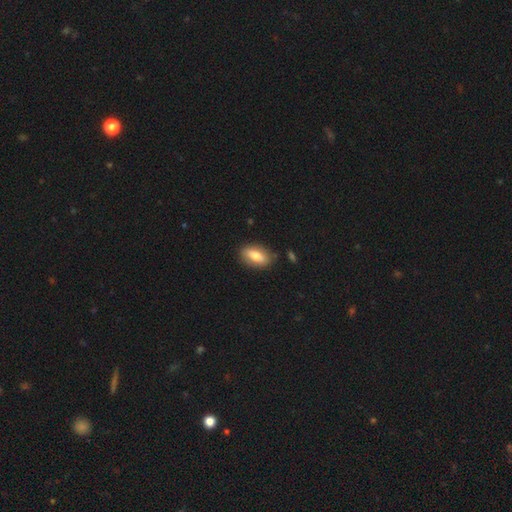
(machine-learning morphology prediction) Smooth or featured?
  - smooth: 77% *
  - featured or disk: 17%
  - star or artifact: 7%
How rounded?
  - in between: 88% *
  - cigar-shaped: 8%
  - round: 4%
Merging?
  - none: 83% *
  - minor disturbance: 12%
  - major disturbance: 3%
  - merger: 2%